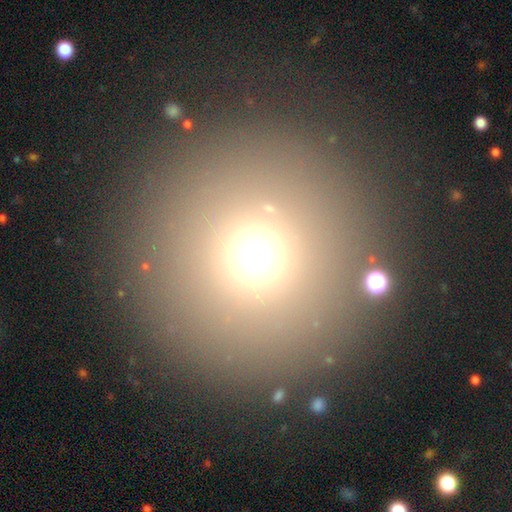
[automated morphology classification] The model was most divided on "smooth or featured": smooth: 68%, star or artifact: 23%, featured or disk: 10%. More confident: how rounded — round (96%); merging — none (87%).